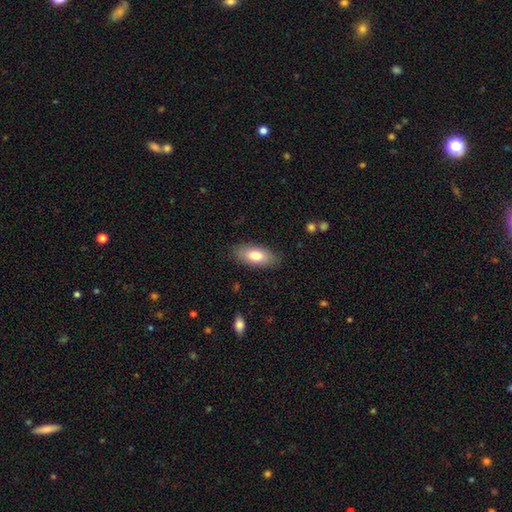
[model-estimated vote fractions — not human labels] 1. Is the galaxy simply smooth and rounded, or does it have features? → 79% smooth, 15% featured or disk, 6% star or artifact.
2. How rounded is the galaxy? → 86% in between, 11% cigar-shaped, 3% round.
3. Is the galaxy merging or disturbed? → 86% none, 11% minor disturbance, 3% major disturbance, 1% merger.